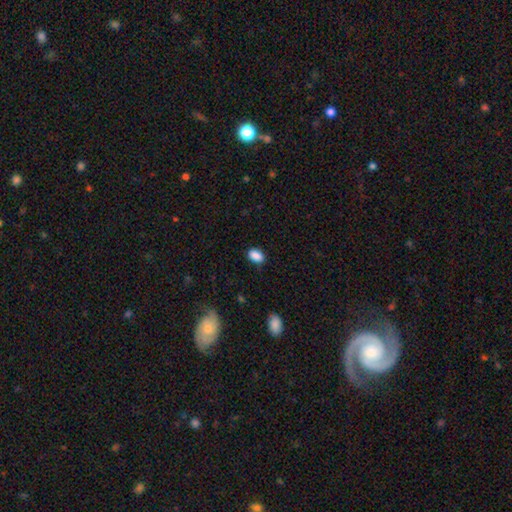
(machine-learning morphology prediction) Smooth or featured: smooth — 88% (star or artifact — 8%)
How rounded: in between — 85% (round — 14%)
Merging: none — 81% (minor disturbance — 14%)